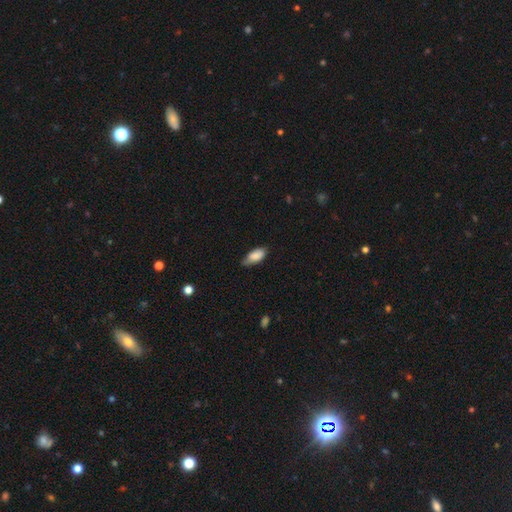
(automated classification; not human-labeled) This is clearly a smooth galaxy (84%). How rounded: clearly in between (87%). Merging: possibly none (58%).